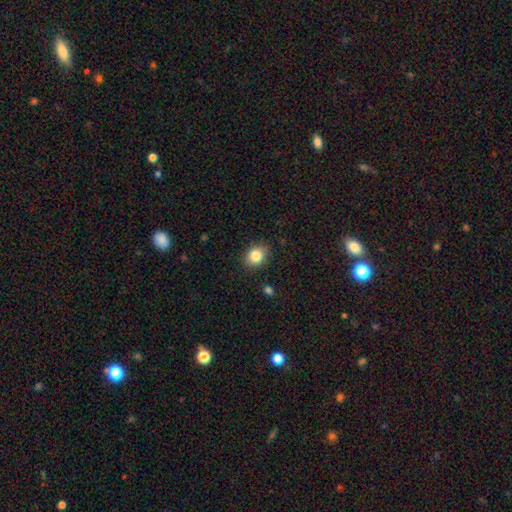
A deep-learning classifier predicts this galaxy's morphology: smooth 84%, star or artifact 9%, featured or disk 6%. Down the decision tree: how rounded — round (53%); merging — none (87%).